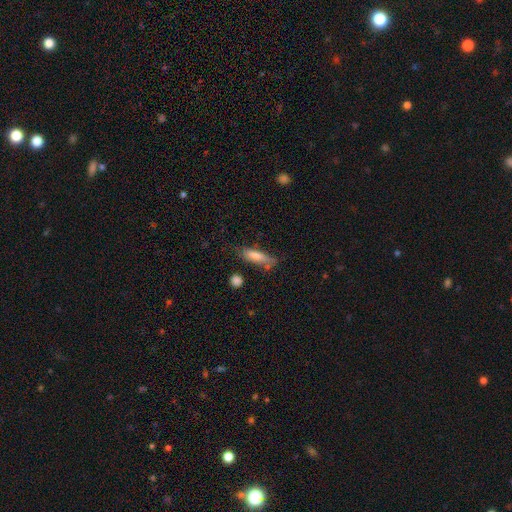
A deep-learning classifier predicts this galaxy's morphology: This is likely a smooth galaxy (75%). How rounded: likely cigar-shaped (61%). Merging: likely none (62%).